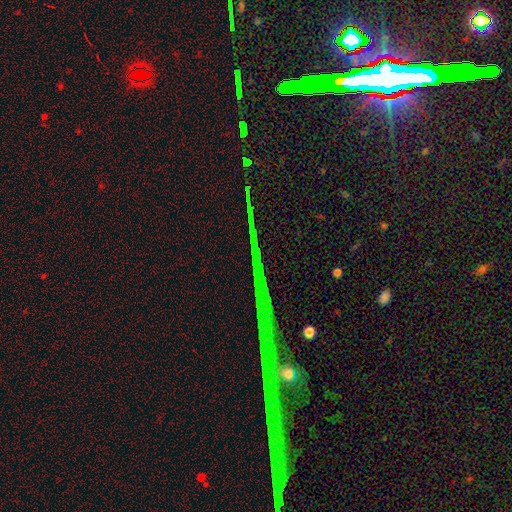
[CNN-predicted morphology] Smooth or featured? star or artifact (87%)